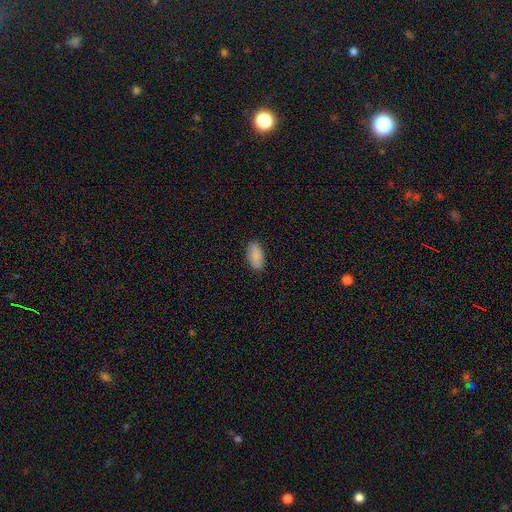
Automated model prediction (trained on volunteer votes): Overall: smooth (87%). How rounded: in between (92%). Merging: none (88%).